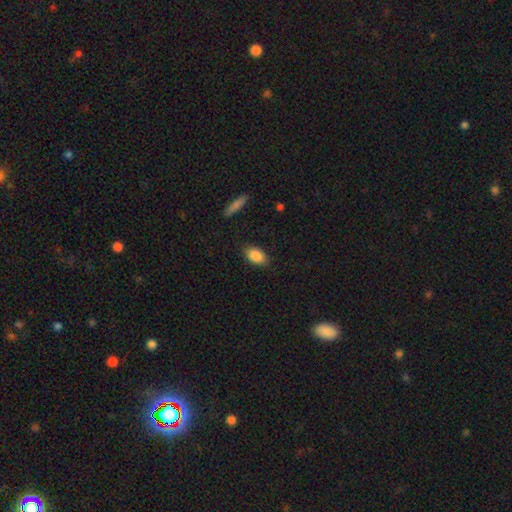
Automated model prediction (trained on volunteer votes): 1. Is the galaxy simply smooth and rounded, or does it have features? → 87% smooth, 7% star or artifact, 6% featured or disk.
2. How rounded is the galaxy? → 89% in between, 8% round, 3% cigar-shaped.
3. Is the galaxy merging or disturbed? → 84% none, 12% minor disturbance, 3% major disturbance, 1% merger.